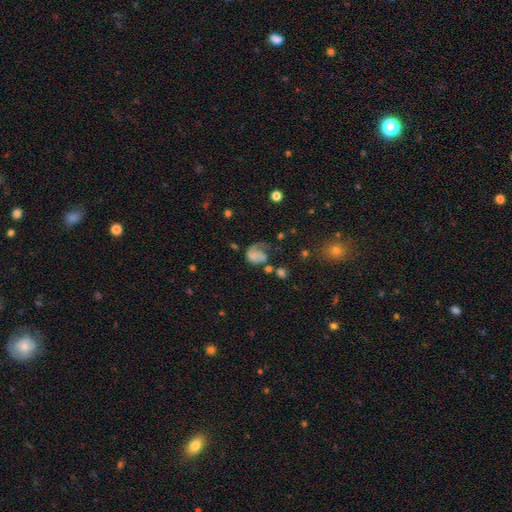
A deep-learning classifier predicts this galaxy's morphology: Smooth or featured: smooth — 46% (featured or disk — 42%)
Merging: major disturbance — 48% (none — 24%)